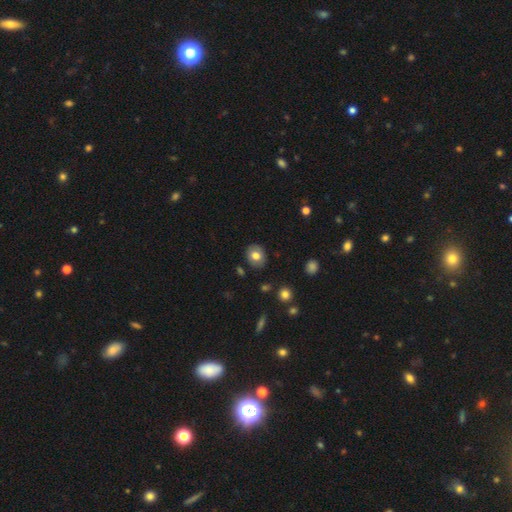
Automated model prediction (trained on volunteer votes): Smooth or featured?
  - smooth: 75% *
  - featured or disk: 16%
  - star or artifact: 9%
How rounded?
  - round: 59% *
  - in between: 40%
  - cigar-shaped: 1%
Merging?
  - none: 87% *
  - minor disturbance: 9%
  - major disturbance: 2%
  - merger: 2%